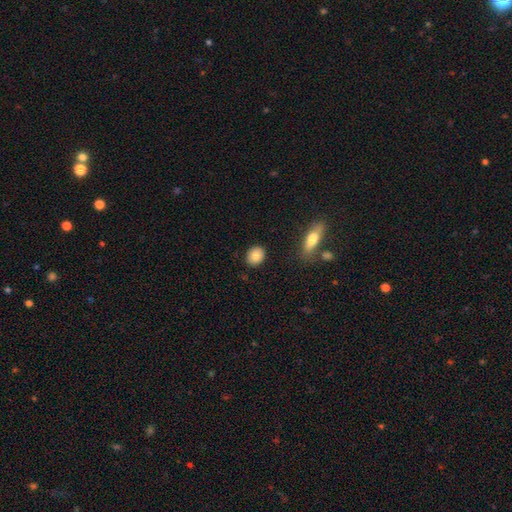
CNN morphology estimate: Q: Smooth or featured?
A: smooth (85%); runner-up: star or artifact (8%)
Q: How rounded?
A: round (63%); runner-up: in between (35%)
Q: Merging?
A: none (88%); runner-up: minor disturbance (8%)